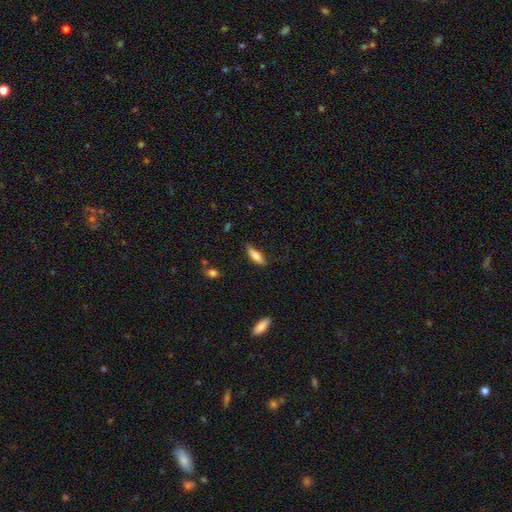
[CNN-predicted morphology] A smooth galaxy with no disk features (74%) that is cigar-shaped (53%).

Vote fractions:
- Smooth or featured? smooth: 74% / featured or disk: 20% / star or artifact: 6%
- How rounded? cigar-shaped: 53% / in between: 45% / round: 2%
- Merging? none: 80% / minor disturbance: 15% / major disturbance: 3% / merger: 2%